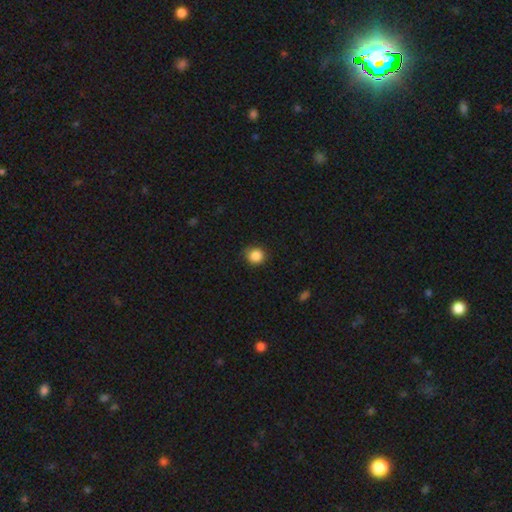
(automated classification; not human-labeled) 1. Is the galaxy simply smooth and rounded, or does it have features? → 86% smooth, 10% star or artifact, 4% featured or disk.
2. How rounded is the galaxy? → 86% round, 13% in between, 1% cigar-shaped.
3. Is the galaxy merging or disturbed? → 81% none, 15% minor disturbance, 3% major disturbance, 1% merger.